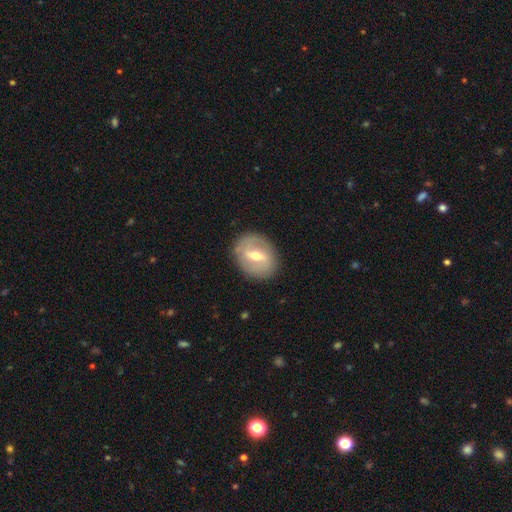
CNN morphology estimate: A featured or disk galaxy (65%) with a weak bar (44%), spiral arms (53%) and a moderate central bulge (72%).

Vote fractions:
- Smooth or featured? featured or disk: 65% / smooth: 29% / star or artifact: 6%
- Edge-on disk? no: 93% / yes: 7%
- Bar? weak: 44% / strong: 42% / no: 13%
- Spiral arms? yes: 53% / no: 47%
- Bulge size? moderate: 72% / small: 20% / large: 6% / none: 1% / dominant: 1%
- Merging? none: 84% / minor disturbance: 11% / major disturbance: 4% / merger: 1%